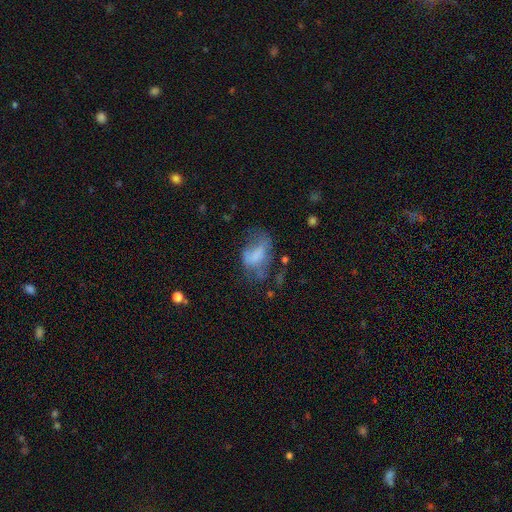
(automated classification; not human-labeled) Q: Smooth or featured?
A: smooth (52%); runner-up: featured or disk (36%)
Q: How rounded?
A: in between (84%); runner-up: round (14%)
Q: Merging?
A: major disturbance (40%); runner-up: none (29%)